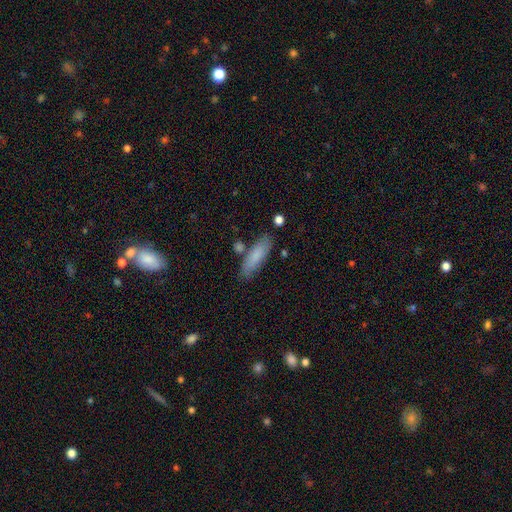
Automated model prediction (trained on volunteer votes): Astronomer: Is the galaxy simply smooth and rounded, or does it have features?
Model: smooth — 81%.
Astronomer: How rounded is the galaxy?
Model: cigar-shaped — 60% (runner-up: in between, 38%).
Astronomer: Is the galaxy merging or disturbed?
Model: none — 78%.